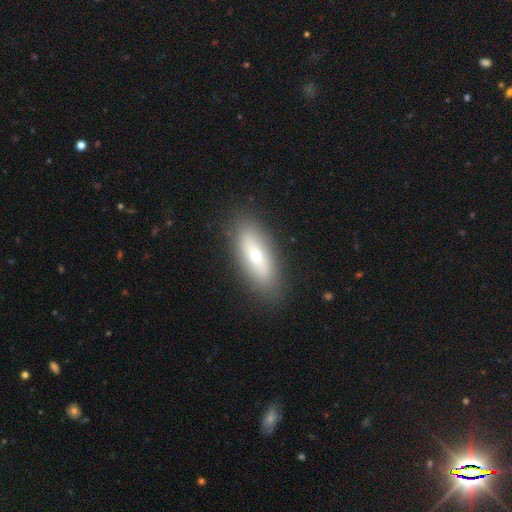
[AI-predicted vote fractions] Smooth or featured? smooth (58%)
How rounded? in between (69%)
Merging? none (87%)